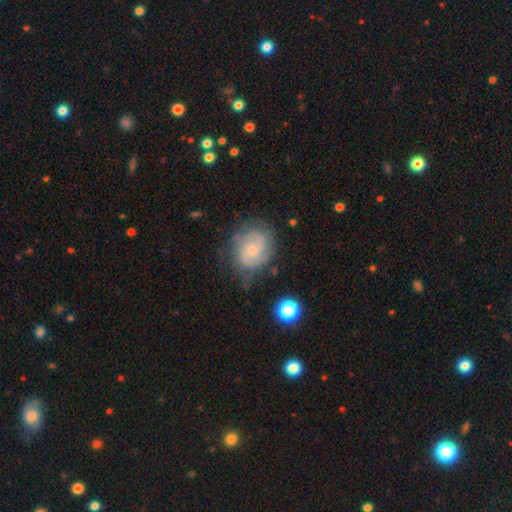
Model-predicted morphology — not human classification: Smooth or featured?
  - featured or disk: 72% *
  - smooth: 20%
  - star or artifact: 8%
Edge-on disk?
  - no: 98% *
  - yes: 2%
Bar?
  - no: 66% *
  - weak: 30%
  - strong: 4%
Spiral arms?
  - yes: 92% *
  - no: 8%
Spiral winding?
  - tight: 54% *
  - medium: 35%
  - loose: 11%
Spiral arm count?
  - 2: 53% *
  - can't tell: 26%
  - 3: 11%
  - 1: 4%
  - 4: 3%
  - more than 4: 3%
Bulge size?
  - small: 63% *
  - moderate: 29%
  - none: 5%
  - large: 2%
  - dominant: 1%
Merging?
  - none: 70% *
  - minor disturbance: 21%
  - major disturbance: 8%
  - merger: 2%